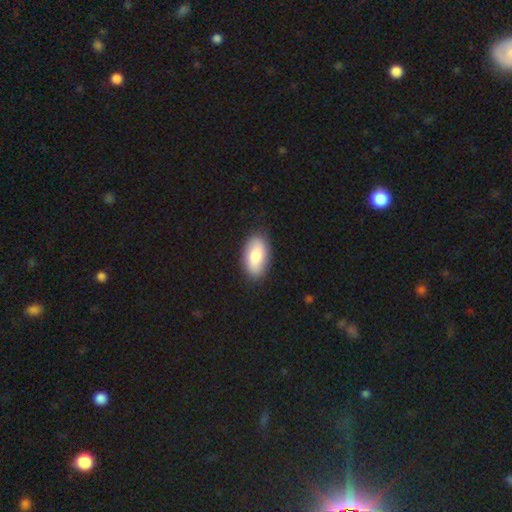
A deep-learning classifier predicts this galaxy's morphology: This is likely a smooth galaxy (77%). How rounded: clearly in between (93%). Merging: clearly none (87%).